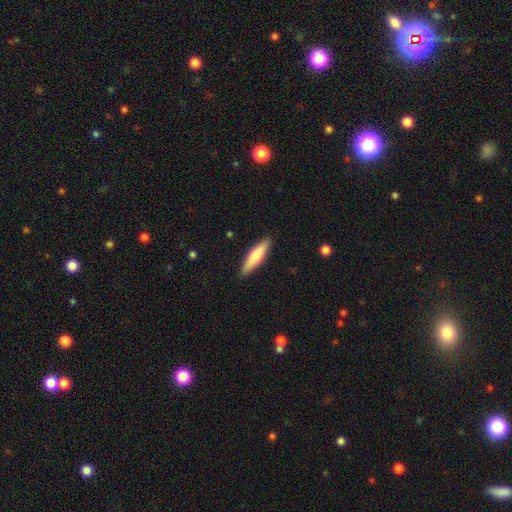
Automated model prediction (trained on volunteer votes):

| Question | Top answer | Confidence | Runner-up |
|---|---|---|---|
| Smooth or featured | smooth | 69% | featured or disk (26%) |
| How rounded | cigar-shaped | 74% | in between (24%) |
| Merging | none | 89% | minor disturbance (8%) |